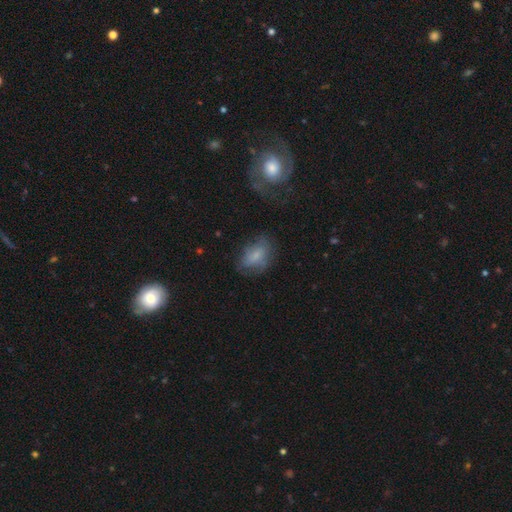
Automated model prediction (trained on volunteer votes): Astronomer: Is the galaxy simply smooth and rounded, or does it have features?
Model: smooth — 68%.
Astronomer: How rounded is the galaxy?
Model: in between — 84%.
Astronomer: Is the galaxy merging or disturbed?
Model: none — 57%.